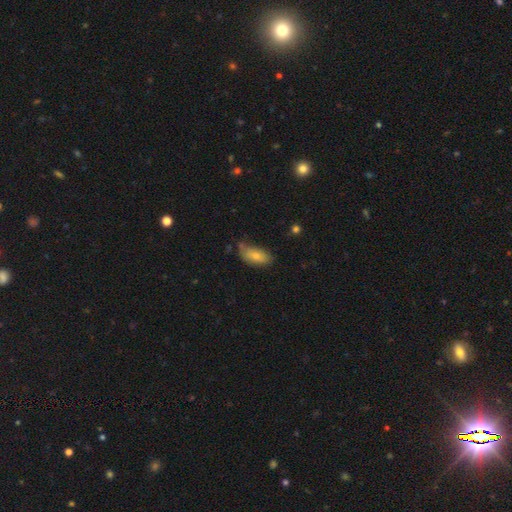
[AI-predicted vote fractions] Smooth or featured: smooth — 79% (featured or disk — 14%)
How rounded: in between — 90% (cigar-shaped — 7%)
Merging: none — 59% (minor disturbance — 29%)